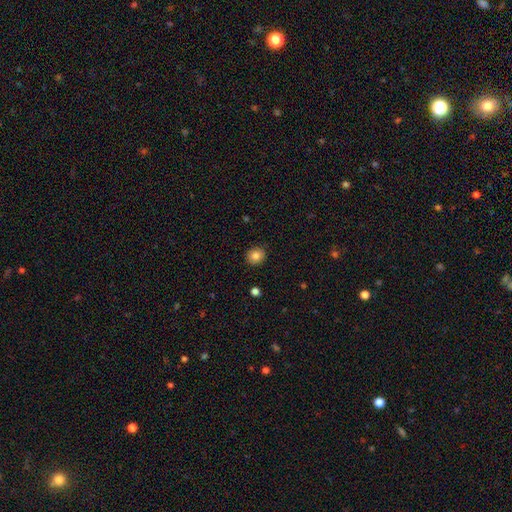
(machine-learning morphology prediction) This appears to be a smooth galaxy with no disk features (84%) that is round (75%). Merging: none (90%).